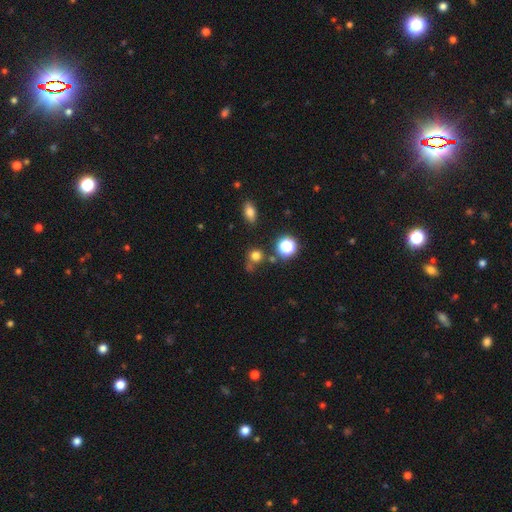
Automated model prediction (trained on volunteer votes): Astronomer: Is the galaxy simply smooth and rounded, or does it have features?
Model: smooth — 72%.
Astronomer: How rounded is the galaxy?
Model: round — 85%.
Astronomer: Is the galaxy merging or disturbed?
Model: none — 65%.